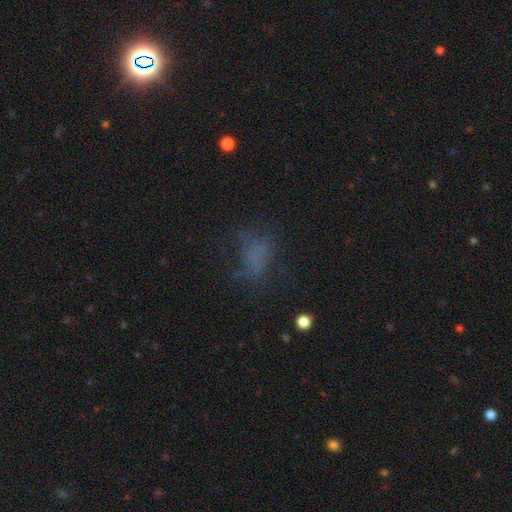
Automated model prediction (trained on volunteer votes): Smooth or featured: smooth — 52% (star or artifact — 26%)
How rounded: in between — 72% (round — 24%)
Merging: none — 50% (major disturbance — 28%)